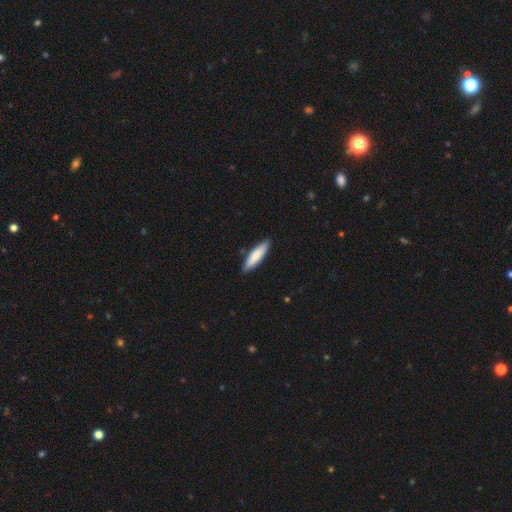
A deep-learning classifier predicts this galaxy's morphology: Smooth or featured? Predicted: smooth (p=0.81). How rounded? Predicted: cigar-shaped (p=0.72). Merging? Predicted: none (p=0.87).